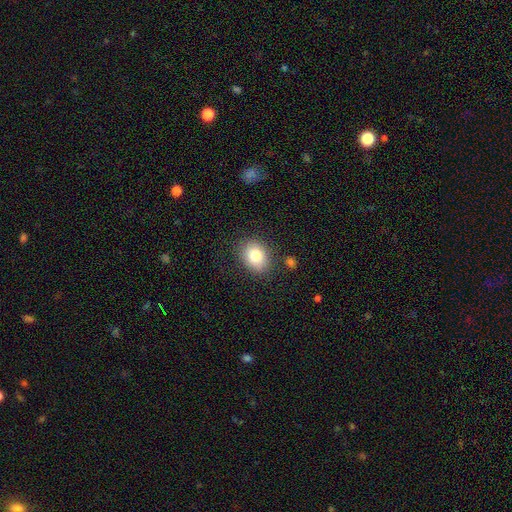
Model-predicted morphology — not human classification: Q: Smooth or featured?
A: smooth (82%); runner-up: featured or disk (9%)
Q: How rounded?
A: in between (61%); runner-up: round (38%)
Q: Merging?
A: none (81%); runner-up: minor disturbance (12%)